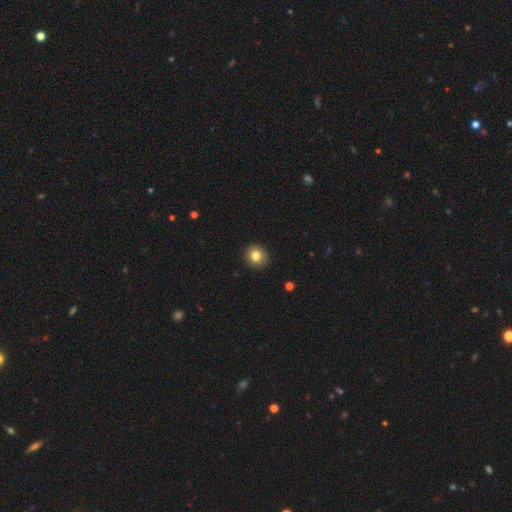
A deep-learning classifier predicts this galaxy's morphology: A smooth galaxy with no disk features (81%) that is round (87%). Merging: none (92%).